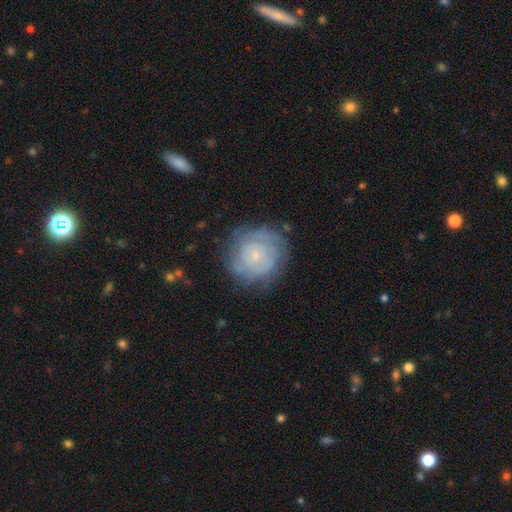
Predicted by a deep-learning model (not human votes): Smooth or featured: featured or disk — 60% (smooth — 32%)
Edge-on disk: no — 98% (yes — 2%)
Bar: no — 82% (weak — 16%)
Spiral arms: yes — 79% (no — 21%)
Bulge size: small — 79% (moderate — 14%)
Merging: none — 73% (minor disturbance — 18%)